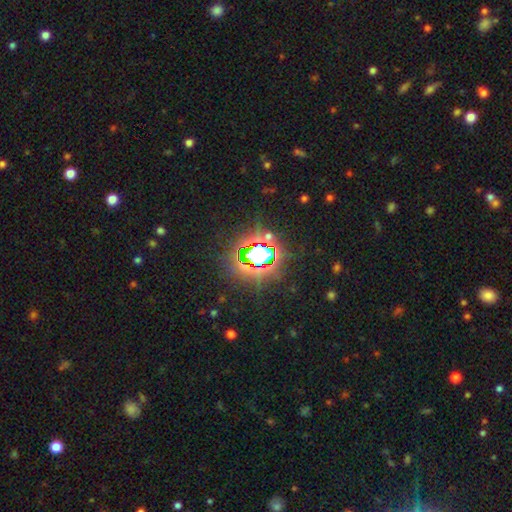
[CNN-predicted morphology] Smooth or featured? star or artifact (79%)